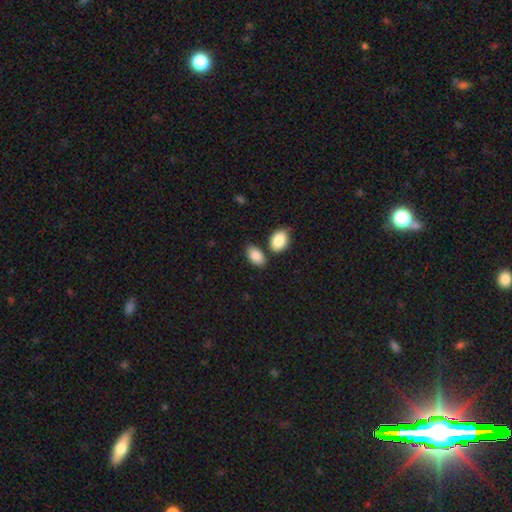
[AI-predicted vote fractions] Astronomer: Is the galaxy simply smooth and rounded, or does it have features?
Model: smooth — 87%.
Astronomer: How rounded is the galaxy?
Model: in between — 92%.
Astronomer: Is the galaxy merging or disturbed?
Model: none — 65%.